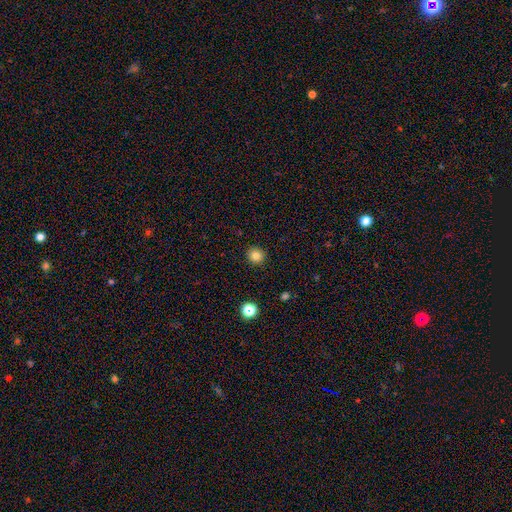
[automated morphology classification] A smooth galaxy with no disk features (83%) that is round (91%).

Vote fractions:
- Smooth or featured? smooth: 83% / star or artifact: 12% / featured or disk: 5%
- How rounded? round: 91% / in between: 8% / cigar-shaped: 1%
- Merging? none: 91% / minor disturbance: 6% / major disturbance: 2% / merger: 1%